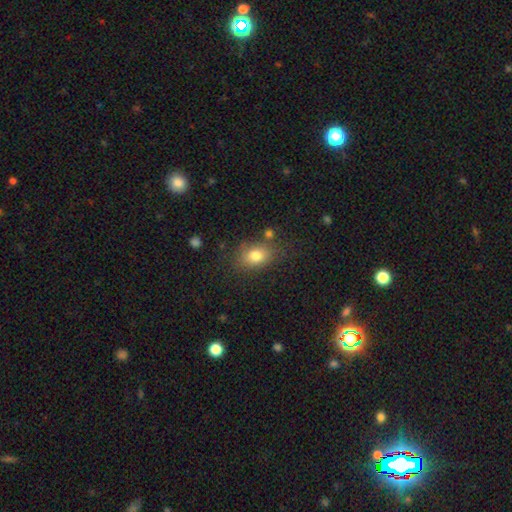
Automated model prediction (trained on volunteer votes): The model was most divided on "how rounded": in between: 71%, round: 28%, cigar-shaped: 2%. More confident: smooth or featured — smooth (79%); merging — none (73%).